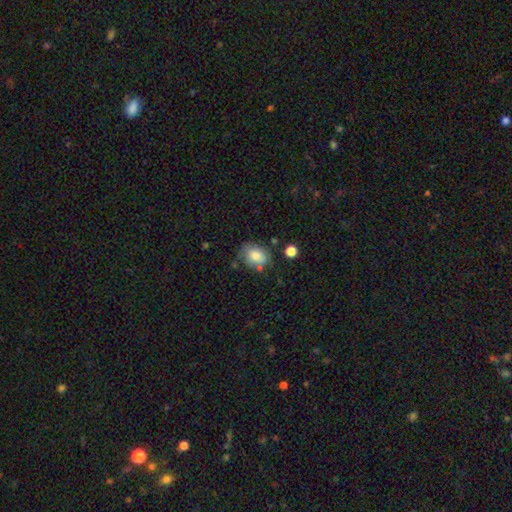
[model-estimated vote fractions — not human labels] Smooth or featured?
  - smooth: 77% *
  - featured or disk: 14%
  - star or artifact: 8%
How rounded?
  - in between: 61% *
  - round: 38%
  - cigar-shaped: 1%
Merging?
  - none: 57% *
  - minor disturbance: 26%
  - major disturbance: 9%
  - merger: 8%